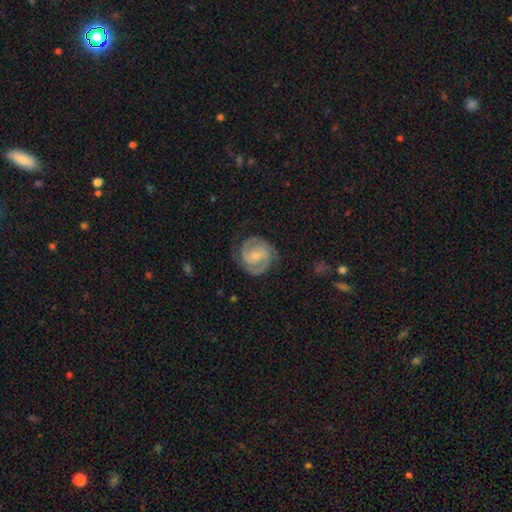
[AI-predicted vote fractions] A featured or disk galaxy (85%) with no bar (54%), 2 (78%) tight (56%) spiral arms (96%) and a small central bulge (53%). Merging: none (77%).